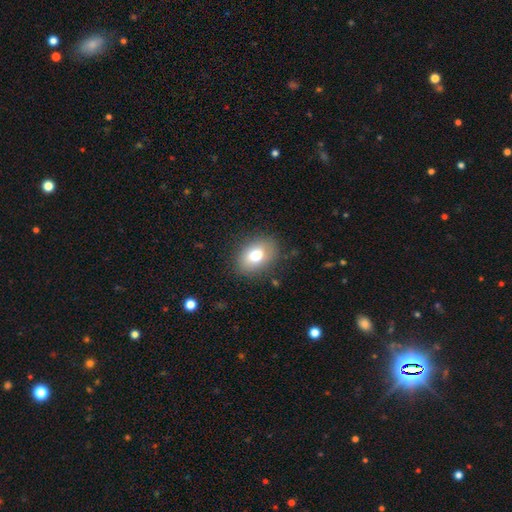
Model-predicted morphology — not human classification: Smooth or featured?
  - smooth: 77% *
  - featured or disk: 14%
  - star or artifact: 9%
How rounded?
  - in between: 79% *
  - round: 19%
  - cigar-shaped: 1%
Merging?
  - none: 83% *
  - minor disturbance: 12%
  - major disturbance: 4%
  - merger: 1%